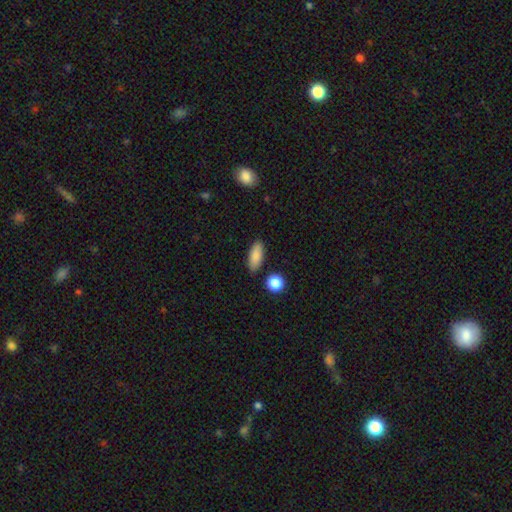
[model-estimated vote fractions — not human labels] Smooth or featured: smooth — 86% (featured or disk — 7%)
How rounded: in between — 78% (cigar-shaped — 18%)
Merging: none — 84% (minor disturbance — 10%)